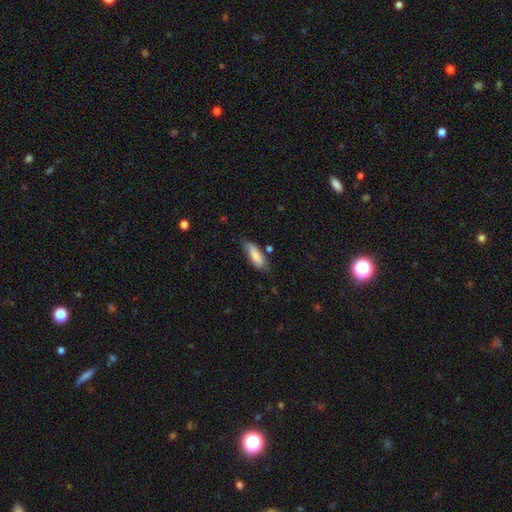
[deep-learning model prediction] Smooth or featured? smooth (77%)
How rounded? in between (62%)
Merging? none (64%)